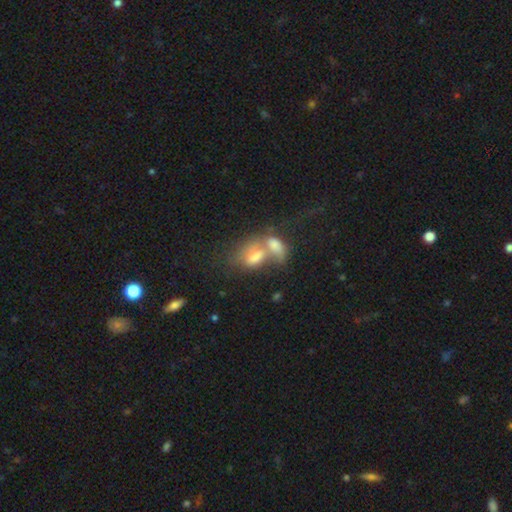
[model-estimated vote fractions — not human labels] smooth_or_featured: smooth (p=0.60) [alt: featured or disk p=0.28]
how_rounded: in between (p=0.83) [alt: round p=0.13]
merging: merger (p=0.72) [alt: none p=0.14]